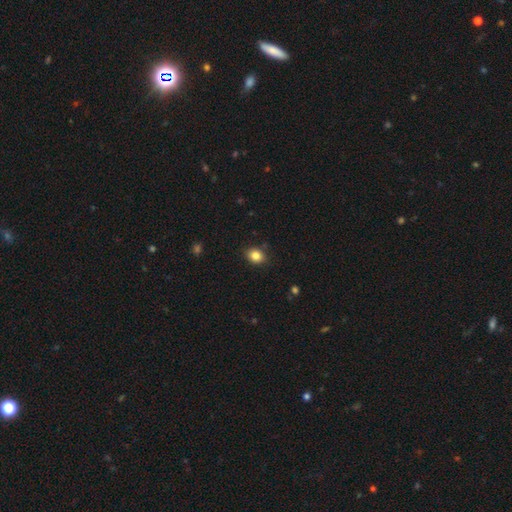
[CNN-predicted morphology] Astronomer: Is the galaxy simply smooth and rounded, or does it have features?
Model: smooth — 85%.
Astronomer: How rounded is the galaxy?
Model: in between — 51% (runner-up: round, 48%).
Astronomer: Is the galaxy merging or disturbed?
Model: none — 86%.